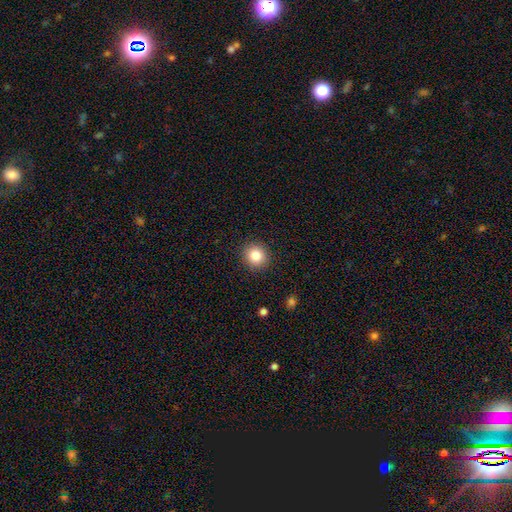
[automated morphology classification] This is clearly a smooth galaxy (83%). How rounded: clearly round (88%). Merging: clearly none (91%).